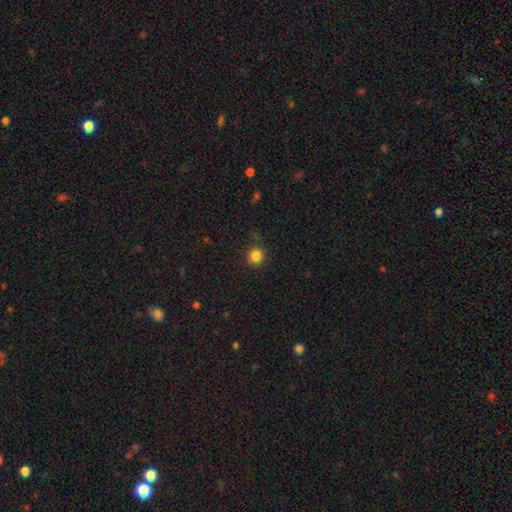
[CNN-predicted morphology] The model was most divided on "smooth or featured": smooth: 84%, star or artifact: 12%, featured or disk: 4%. More confident: how rounded — round (92%); merging — none (86%).